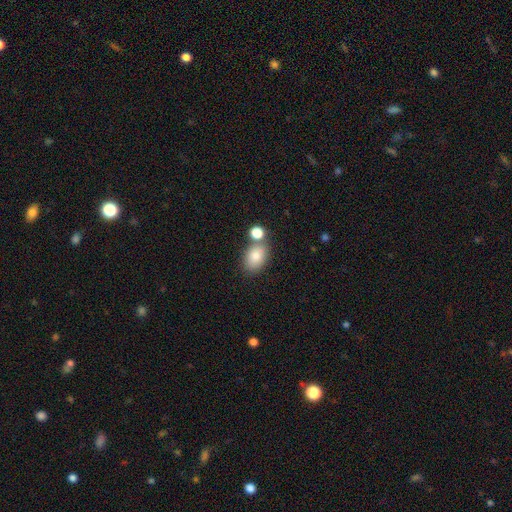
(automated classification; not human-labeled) Smooth or featured?
  - smooth: 82% *
  - featured or disk: 9%
  - star or artifact: 9%
How rounded?
  - in between: 80% *
  - round: 19%
  - cigar-shaped: 1%
Merging?
  - none: 60% *
  - merger: 22%
  - minor disturbance: 13%
  - major disturbance: 4%